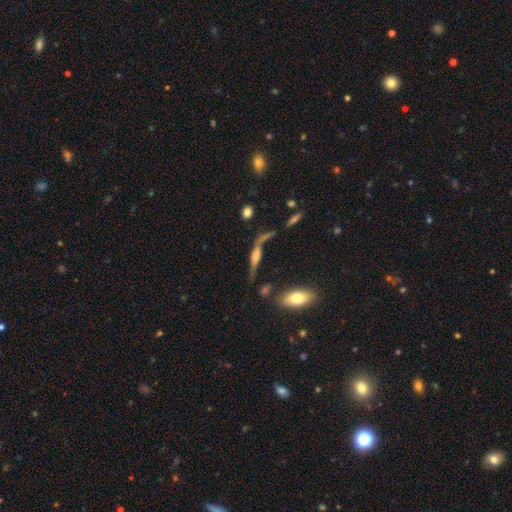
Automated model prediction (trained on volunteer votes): smooth-or-featured: featured or disk: 64% | smooth: 26% | star or artifact: 11%
  disk-edge-on: yes: 73% | no: 27%
  merging: none: 48% | minor disturbance: 22% | major disturbance: 18% | merger: 12%